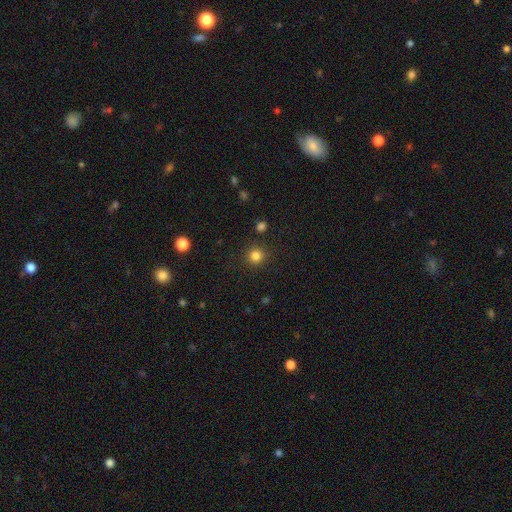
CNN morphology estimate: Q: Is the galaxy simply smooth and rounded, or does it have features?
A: smooth — 83%.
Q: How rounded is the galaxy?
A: round — 93%.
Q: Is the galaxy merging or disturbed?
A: none — 89%.